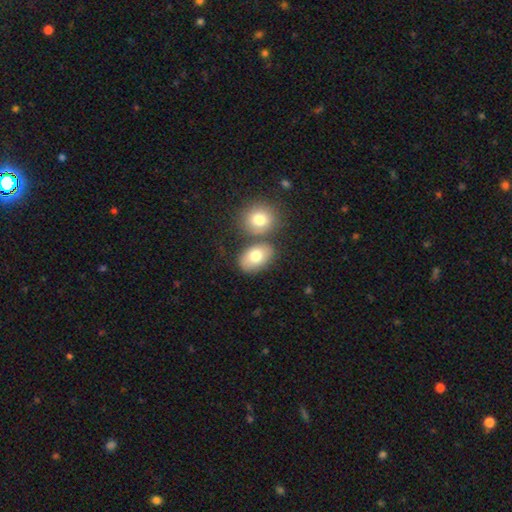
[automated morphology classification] smooth 77%, featured or disk 15%, star or artifact 8%. Down the decision tree: how rounded — in between (78%); merging — none (61%).